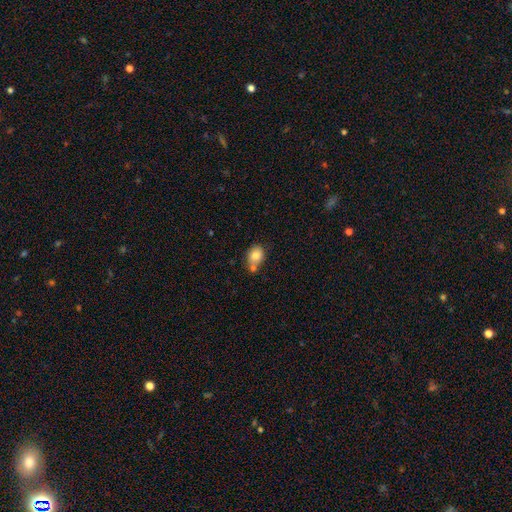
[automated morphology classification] The model was most divided on "how rounded": in between: 58%, round: 41%, cigar-shaped: 1%. Remaining: smooth or featured — smooth (80%); merging — none (49%).